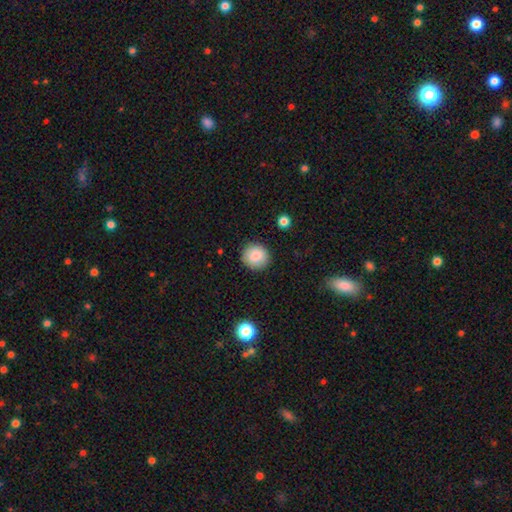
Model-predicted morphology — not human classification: This appears to be a smooth galaxy with no disk features (85%) that is round (92%). Merging: none (90%).